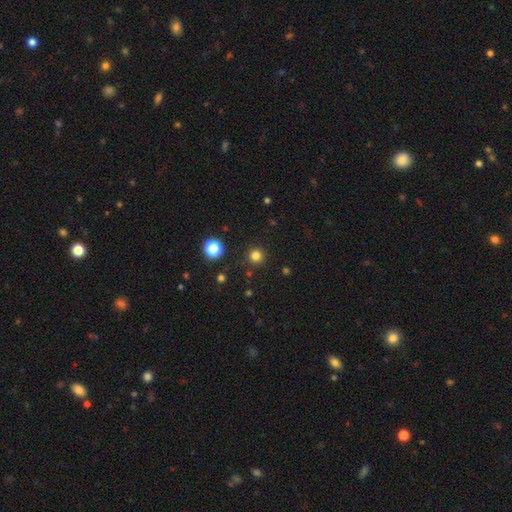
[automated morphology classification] Smooth or featured? smooth (81%)
How rounded? round (95%)
Merging? none (90%)